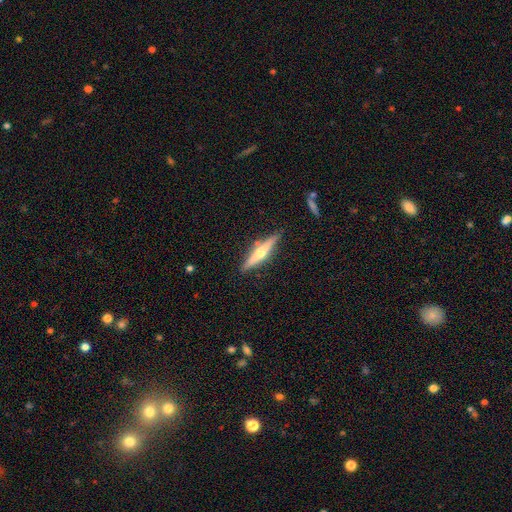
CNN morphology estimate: Smooth or featured? featured or disk (64%)
Edge-on disk? yes (96%)
Edge-on bulge? rounded (91%)
Merging? none (85%)